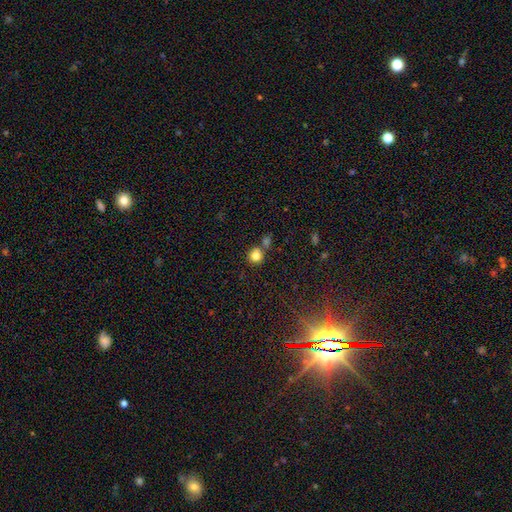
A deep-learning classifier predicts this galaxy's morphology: This appears to be a smooth galaxy with no disk features (80%) that is round (90%). Merging: none (67%).